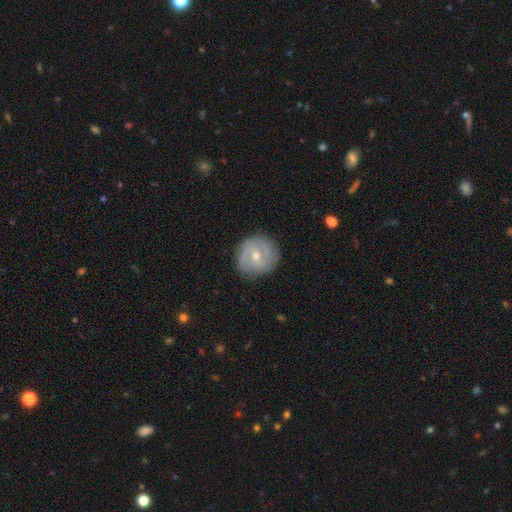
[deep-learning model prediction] This appears to be a featured or disk galaxy (64%) with no bar (58%), 2 (50%) tight (48%) spiral arms (85%) and a moderate central bulge (58%). Merging: none (83%).